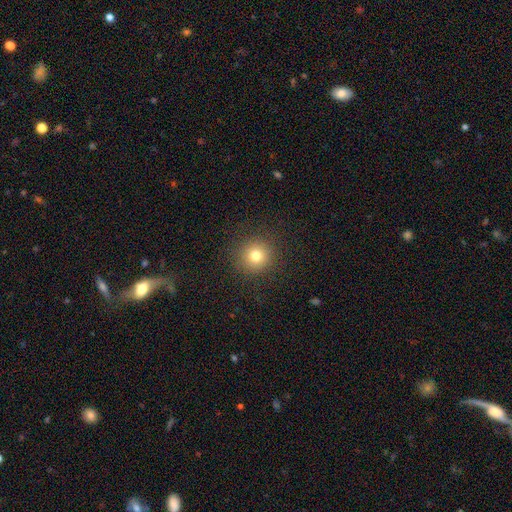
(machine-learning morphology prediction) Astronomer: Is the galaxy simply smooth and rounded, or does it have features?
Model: smooth — 77%.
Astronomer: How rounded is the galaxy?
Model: round — 94%.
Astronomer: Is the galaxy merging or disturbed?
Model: none — 91%.